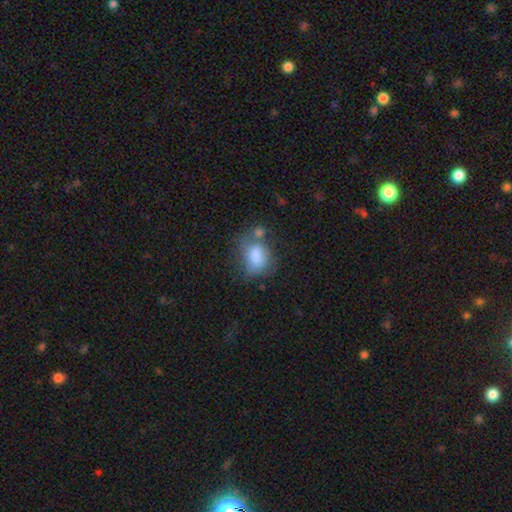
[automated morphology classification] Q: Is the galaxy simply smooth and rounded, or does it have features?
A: smooth — 77%.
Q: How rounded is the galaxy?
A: in between — 72%.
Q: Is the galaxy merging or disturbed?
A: none — 40%.